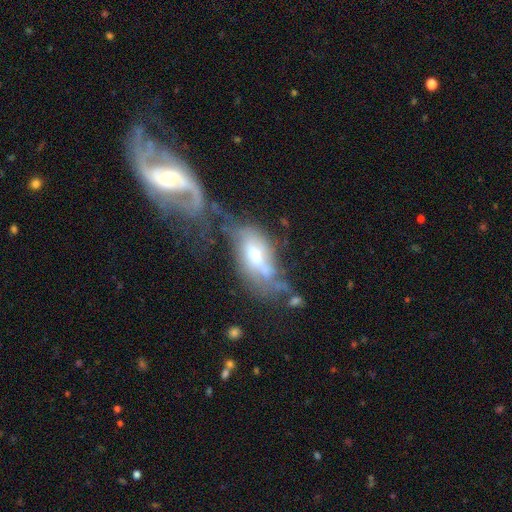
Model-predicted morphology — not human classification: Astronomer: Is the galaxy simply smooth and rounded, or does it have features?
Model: featured or disk — 54% (runner-up: smooth, 37%).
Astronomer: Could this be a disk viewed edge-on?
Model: no — 79%.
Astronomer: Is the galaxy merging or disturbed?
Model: major disturbance — 35% (runner-up: none, 24%).